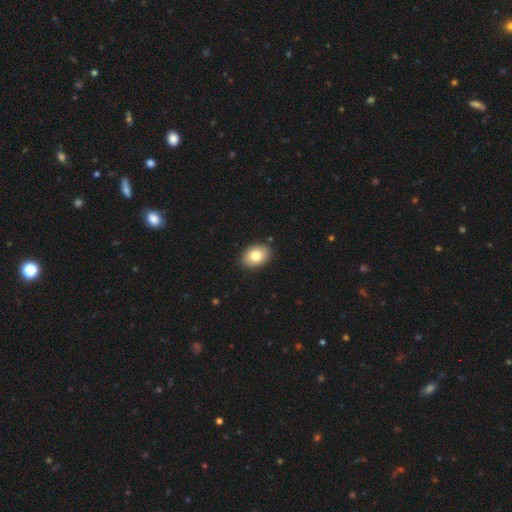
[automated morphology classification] Smooth or featured?
  - smooth: 81% *
  - featured or disk: 12%
  - star or artifact: 8%
How rounded?
  - in between: 79% *
  - round: 20%
  - cigar-shaped: 1%
Merging?
  - none: 90% *
  - minor disturbance: 7%
  - major disturbance: 2%
  - merger: 1%